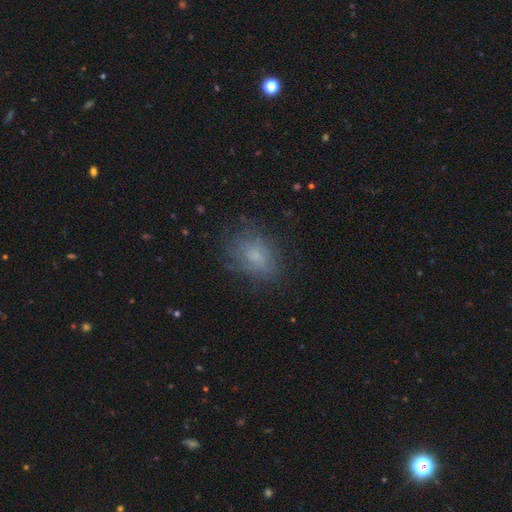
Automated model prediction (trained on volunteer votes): Smooth or featured?
  - smooth: 56% *
  - featured or disk: 31%
  - star or artifact: 13%
How rounded?
  - in between: 65% *
  - round: 33%
  - cigar-shaped: 1%
Merging?
  - none: 66% *
  - minor disturbance: 21%
  - major disturbance: 12%
  - merger: 1%